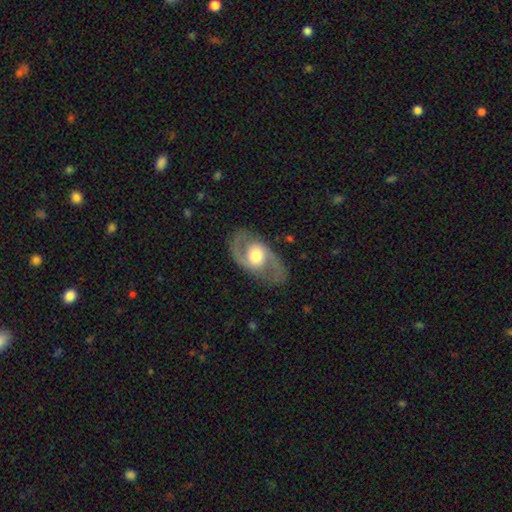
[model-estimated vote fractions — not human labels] featured or disk 79%, smooth 16%, star or artifact 5%. Down the decision tree: edge-on disk — no (94%); bar — no (63%); spiral arms — yes (83%); spiral arm count — 2 (91%); spiral winding — medium (54%); bulge size — moderate (56%); merging — none (82%).